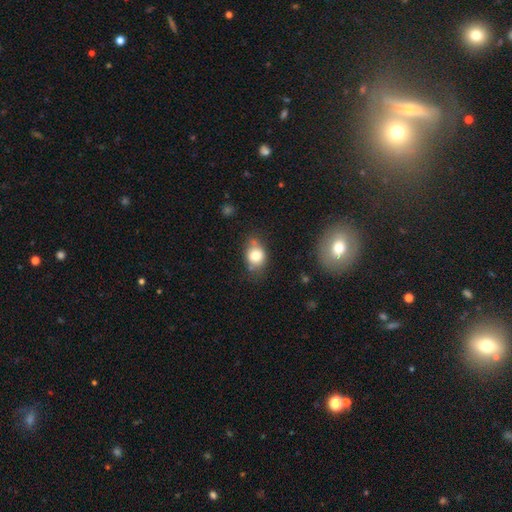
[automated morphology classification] Smooth or featured: smooth — 76% (featured or disk — 14%)
How rounded: in between — 56% (round — 43%)
Merging: none — 56% (minor disturbance — 28%)